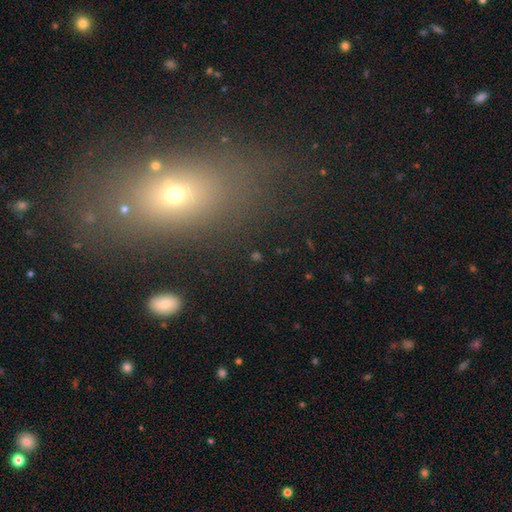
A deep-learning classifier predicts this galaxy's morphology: This appears to be a smooth galaxy with no disk features (43%). Merging: none (77%).